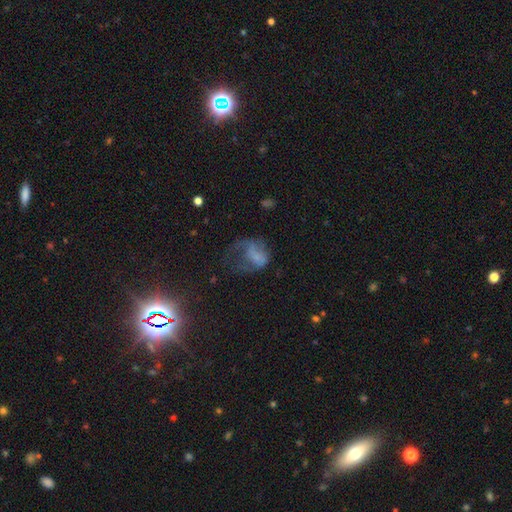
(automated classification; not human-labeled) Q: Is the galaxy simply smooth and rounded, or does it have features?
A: smooth — 47%.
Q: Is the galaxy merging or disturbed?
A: major disturbance — 58%.